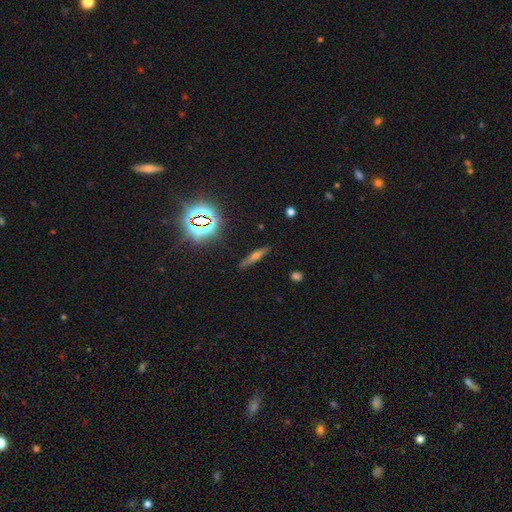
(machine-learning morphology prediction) Smooth or featured? Predicted: smooth (p=0.46). Merging? Predicted: none (p=0.85).